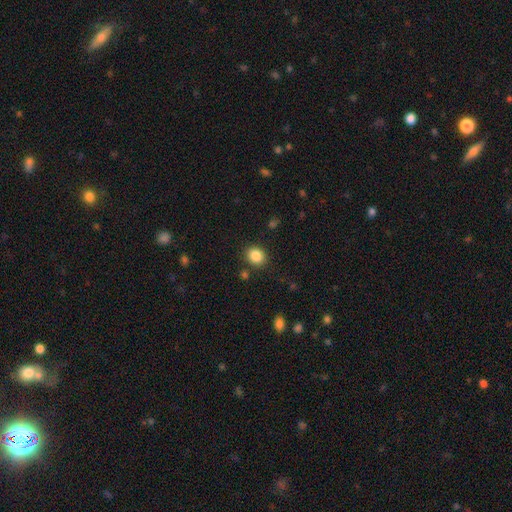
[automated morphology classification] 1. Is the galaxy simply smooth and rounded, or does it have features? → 86% smooth, 10% star or artifact, 4% featured or disk.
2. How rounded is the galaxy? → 67% round, 32% in between, 1% cigar-shaped.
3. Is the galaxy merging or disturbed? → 86% none, 8% minor disturbance, 3% major disturbance, 3% merger.